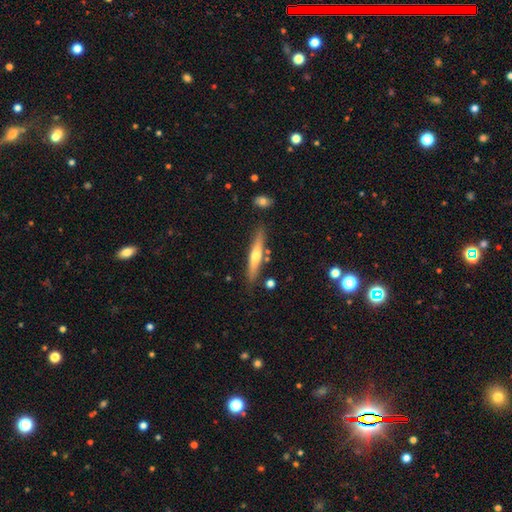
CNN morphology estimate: Smooth or featured: featured or disk — 50% (smooth — 44%)
Edge-on disk: yes — 94% (no — 6%)
Merging: none — 83% (minor disturbance — 11%)